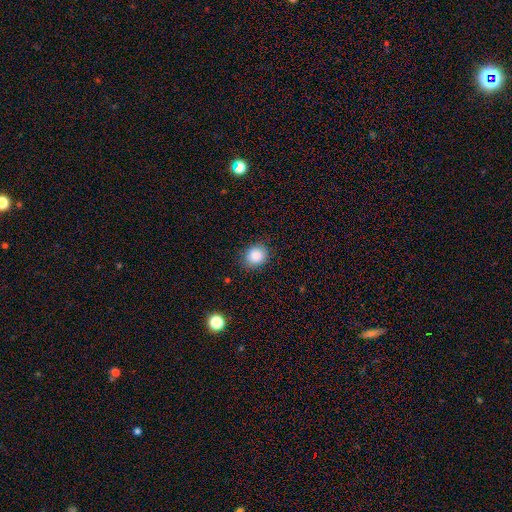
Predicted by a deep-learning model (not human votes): Smooth or featured?
  - smooth: 87% *
  - star or artifact: 9%
  - featured or disk: 4%
How rounded?
  - round: 72% *
  - in between: 27%
  - cigar-shaped: 1%
Merging?
  - none: 86% *
  - minor disturbance: 10%
  - major disturbance: 3%
  - merger: 1%